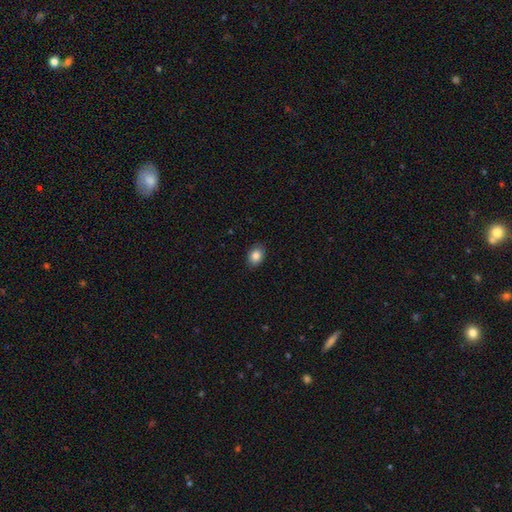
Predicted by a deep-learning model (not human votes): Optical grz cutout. It shows a smooth galaxy with no disk features (86%) that is in between round and cigar-shaped (70%). Merging: none (87%).